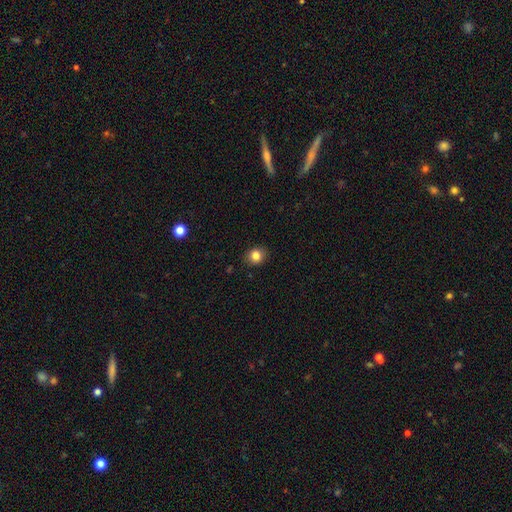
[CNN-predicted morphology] type=smooth (83%); roundness=round (74%); merging=none (88%).